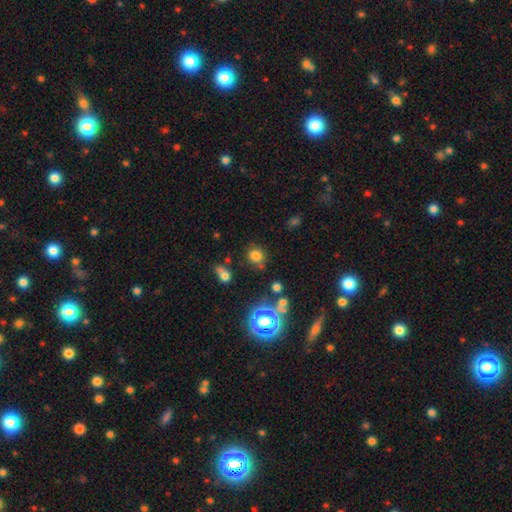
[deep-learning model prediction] This is likely a smooth galaxy (72%). How rounded: clearly round (83%). Merging: likely none (75%).